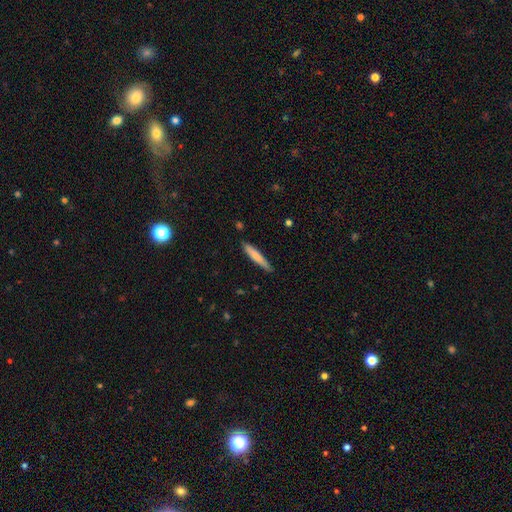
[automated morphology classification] A smooth galaxy with no disk features (74%) that is cigar-shaped (93%). Merging: none (85%).